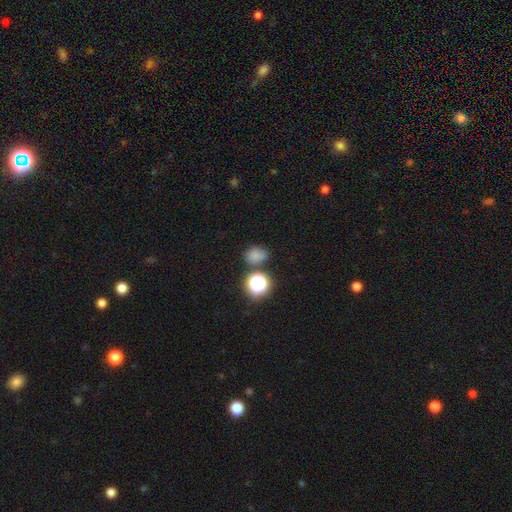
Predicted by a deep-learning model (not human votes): The model was most divided on "how rounded": round: 54%, in between: 45%, cigar-shaped: 1%. More confident: smooth or featured — smooth (72%); merging — none (67%).